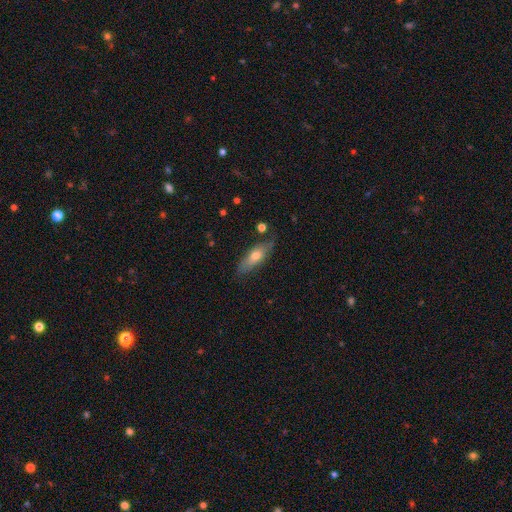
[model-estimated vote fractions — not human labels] Smooth or featured?
  - smooth: 55% *
  - featured or disk: 38%
  - star or artifact: 7%
How rounded?
  - in between: 54% *
  - cigar-shaped: 42%
  - round: 3%
Merging?
  - none: 74% *
  - minor disturbance: 19%
  - major disturbance: 4%
  - merger: 3%